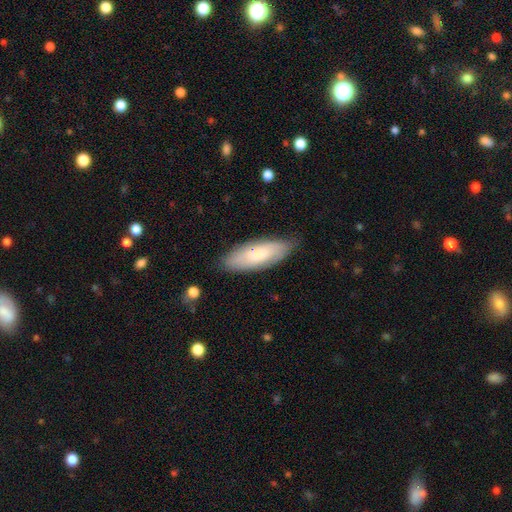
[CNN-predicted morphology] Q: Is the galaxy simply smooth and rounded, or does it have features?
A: smooth — 71%.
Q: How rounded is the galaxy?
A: in between — 68%.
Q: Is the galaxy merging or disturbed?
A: none — 81%.